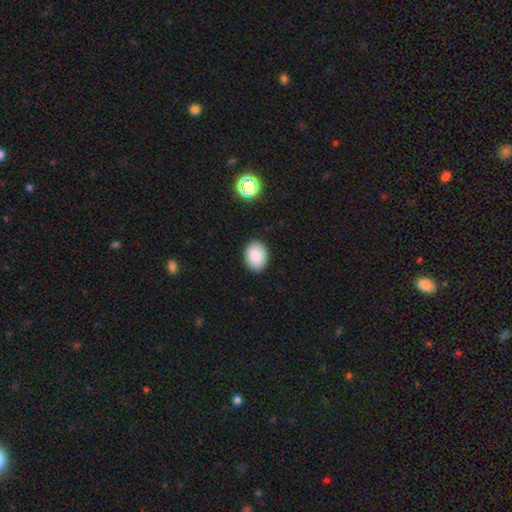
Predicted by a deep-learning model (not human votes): Smooth or featured?
  - smooth: 88% *
  - star or artifact: 8%
  - featured or disk: 4%
How rounded?
  - in between: 68% *
  - round: 31%
  - cigar-shaped: 1%
Merging?
  - none: 89% *
  - minor disturbance: 8%
  - major disturbance: 2%
  - merger: 1%